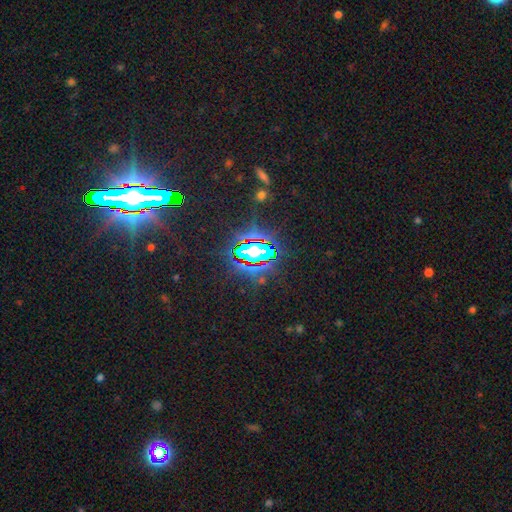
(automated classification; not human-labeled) Smooth or featured? star or artifact (83%)